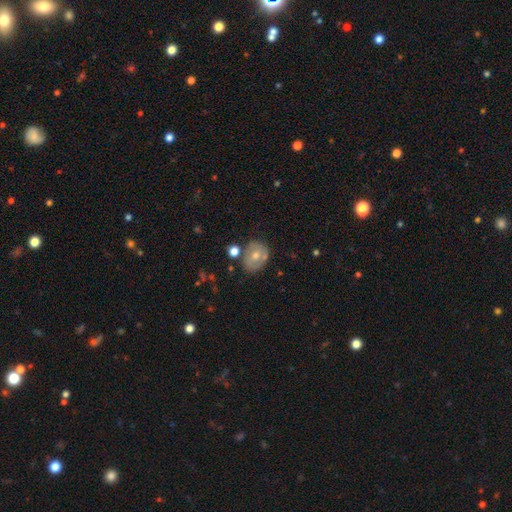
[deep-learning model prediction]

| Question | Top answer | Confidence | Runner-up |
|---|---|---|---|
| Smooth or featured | smooth | 56% | featured or disk (35%) |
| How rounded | in between | 52% | round (47%) |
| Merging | none | 62% | minor disturbance (19%) |